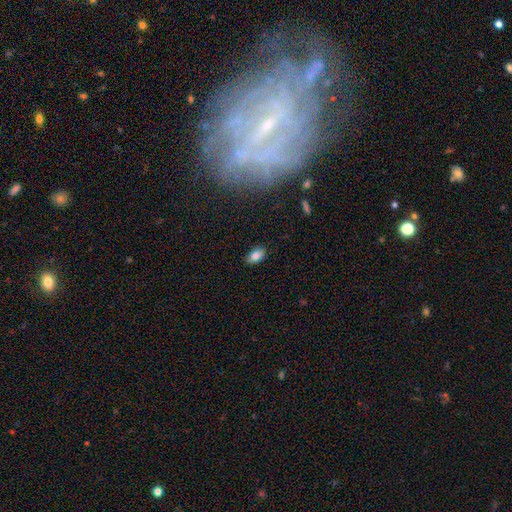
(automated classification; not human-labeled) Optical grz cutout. It shows a smooth galaxy with no disk features (84%) that is in between round and cigar-shaped (92%). Merging: none (86%).